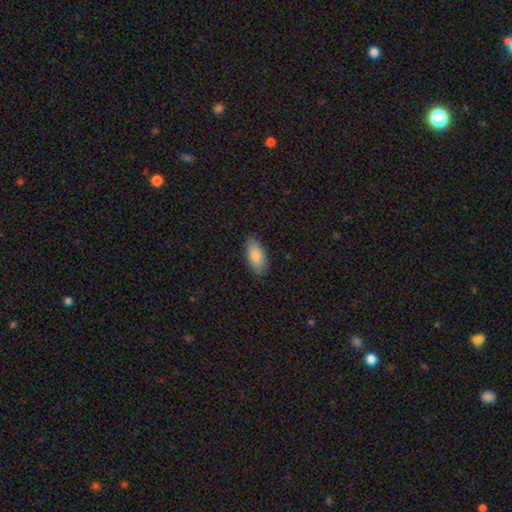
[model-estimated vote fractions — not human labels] This is clearly a smooth galaxy (86%). How rounded: clearly in between (90%). Merging: clearly none (86%).